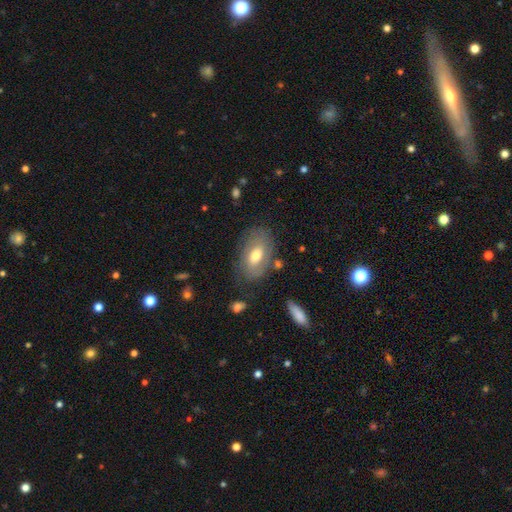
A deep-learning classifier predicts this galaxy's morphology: The model was most divided on "smooth or featured": smooth: 52%, featured or disk: 40%, star or artifact: 8%. More confident: how rounded — in between (90%); merging — none (72%).